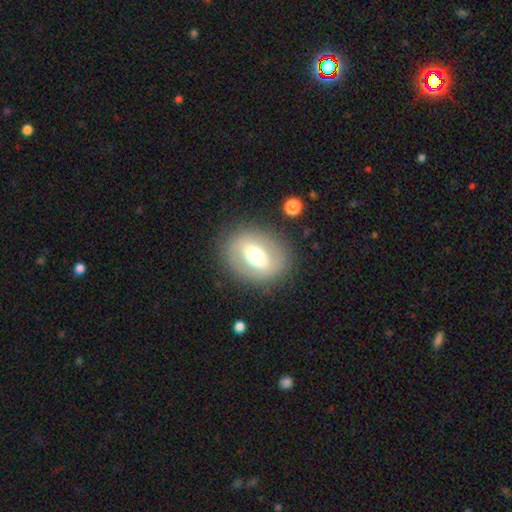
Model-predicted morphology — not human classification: Smooth or featured: smooth — 46% (tied with featured or disk — 46%)
Merging: none — 83% (minor disturbance — 10%)